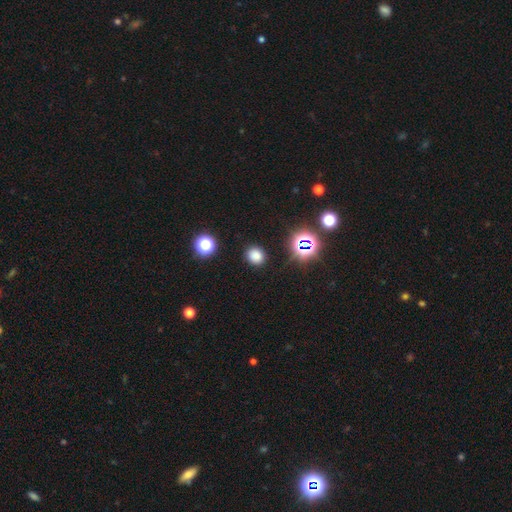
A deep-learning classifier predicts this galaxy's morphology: A smooth galaxy with no disk features (77%) that is round (72%).

Vote fractions:
- Smooth or featured? smooth: 77% / star or artifact: 18% / featured or disk: 5%
- How rounded? round: 72% / in between: 27% / cigar-shaped: 1%
- Merging? none: 87% / minor disturbance: 8% / major disturbance: 3% / merger: 2%